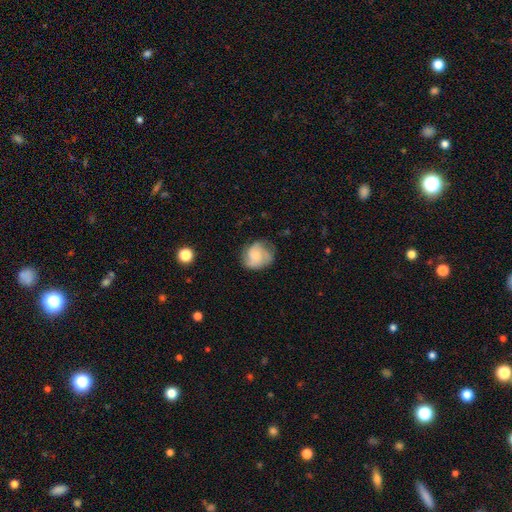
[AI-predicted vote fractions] featured or disk 52%, smooth 40%, star or artifact 8%. Down the decision tree: edge-on disk — no (98%); bar — no (77%); spiral arms — yes (88%); bulge size — small (60%); merging — none (65%).